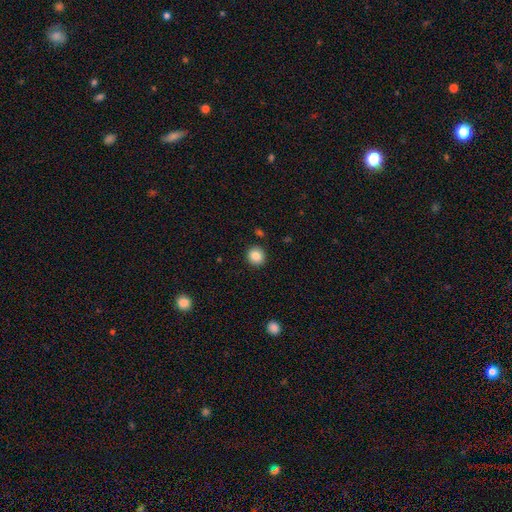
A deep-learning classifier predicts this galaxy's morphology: Smooth or featured: smooth — 85% (star or artifact — 9%)
How rounded: round — 89% (in between — 10%)
Merging: none — 90% (minor disturbance — 6%)